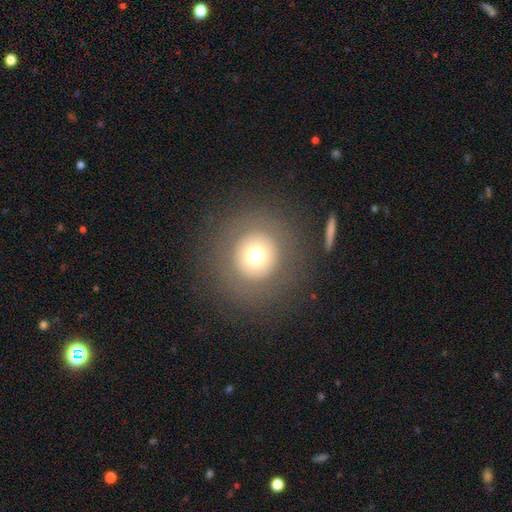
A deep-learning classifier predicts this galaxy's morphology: Smooth or featured? Predicted: smooth (p=0.66). How rounded? Predicted: round (p=0.94). Merging? Predicted: none (p=0.85).